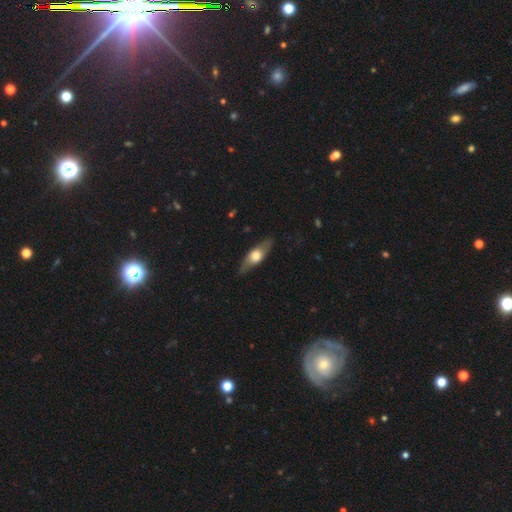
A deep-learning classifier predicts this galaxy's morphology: The model was most divided on "smooth or featured": featured or disk: 54%, smooth: 41%, star or artifact: 5%. More confident: edge-on disk — yes (82%); merging — none (82%).